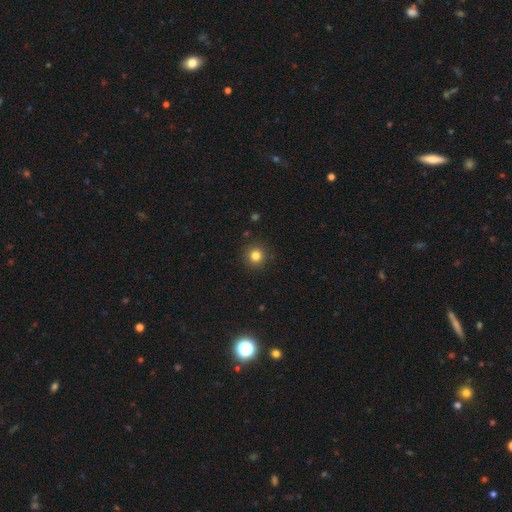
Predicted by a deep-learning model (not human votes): Overall: smooth (82%). How rounded: round (94%). Merging: none (91%).